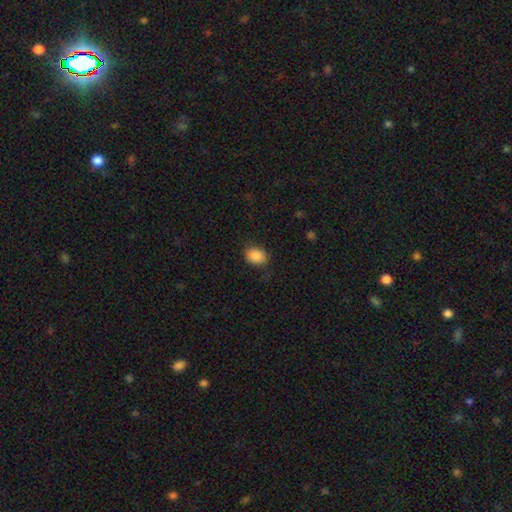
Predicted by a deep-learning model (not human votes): Smooth or featured: smooth — 88% (star or artifact — 8%)
How rounded: in between — 62% (round — 37%)
Merging: none — 82% (minor disturbance — 13%)